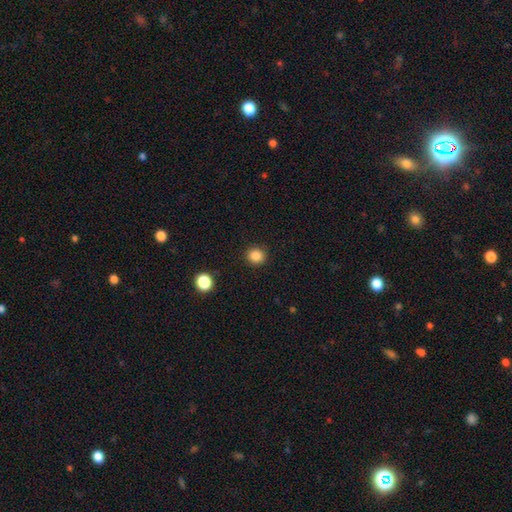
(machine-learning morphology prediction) Overall: smooth (86%). How rounded: round (87%). Merging: none (91%).